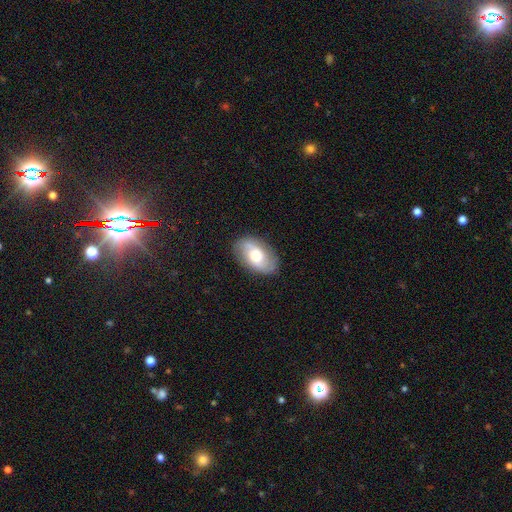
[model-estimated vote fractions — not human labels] Smooth or featured? featured or disk (49%)
Merging? none (84%)